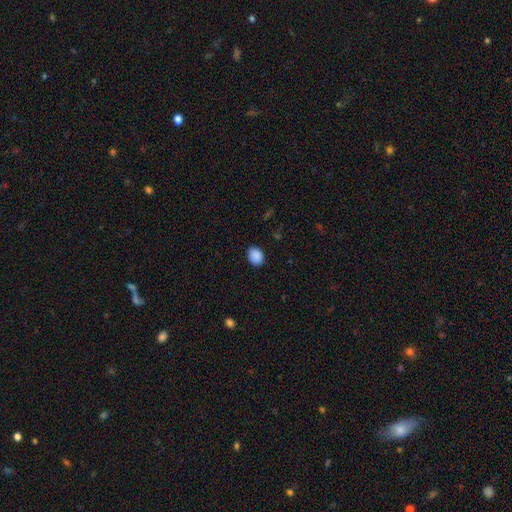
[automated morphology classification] This appears to be a smooth galaxy with no disk features (89%) that is in between round and cigar-shaped (61%). Merging: none (85%).